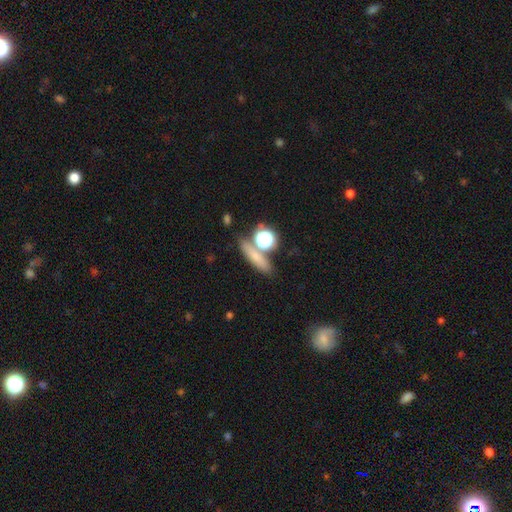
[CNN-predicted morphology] Smooth or featured? smooth (67%)
How rounded? cigar-shaped (53%)
Merging? none (70%)